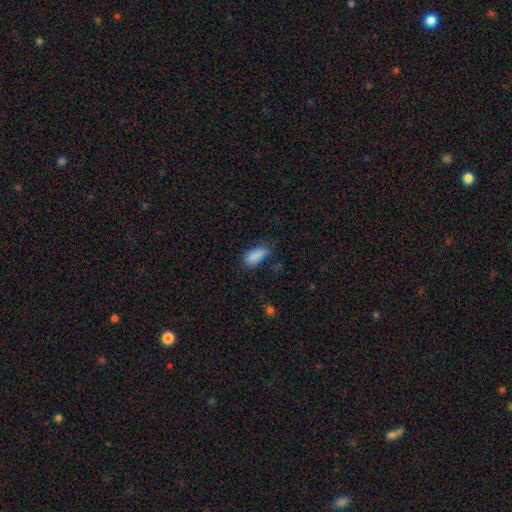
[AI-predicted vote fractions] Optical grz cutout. It shows a smooth galaxy with no disk features (87%) that is in between round and cigar-shaped (89%). Merging: none (59%).